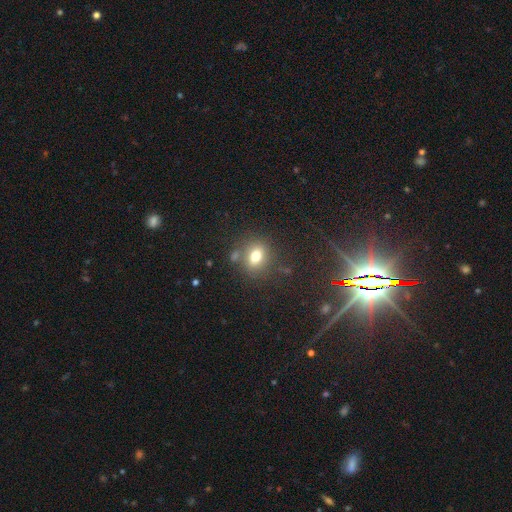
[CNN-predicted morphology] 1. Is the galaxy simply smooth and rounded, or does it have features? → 69% smooth, 18% star or artifact, 13% featured or disk.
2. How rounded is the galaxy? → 54% round, 44% in between, 2% cigar-shaped.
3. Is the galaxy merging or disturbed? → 72% none, 12% minor disturbance, 11% merger, 4% major disturbance.